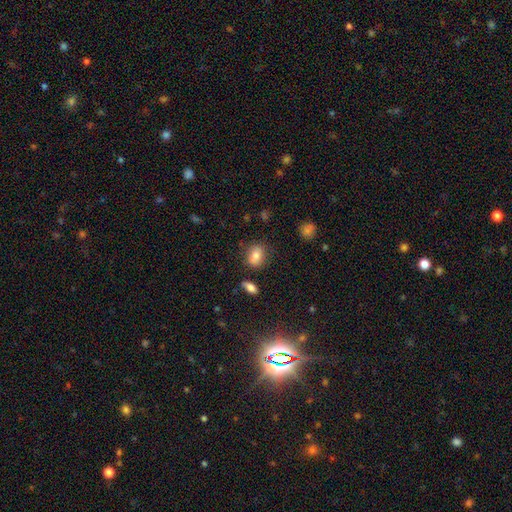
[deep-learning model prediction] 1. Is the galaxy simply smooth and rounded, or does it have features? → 81% smooth, 10% featured or disk, 10% star or artifact.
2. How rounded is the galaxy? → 61% in between, 37% round, 2% cigar-shaped.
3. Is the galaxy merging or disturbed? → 77% none, 15% minor disturbance, 5% merger, 4% major disturbance.